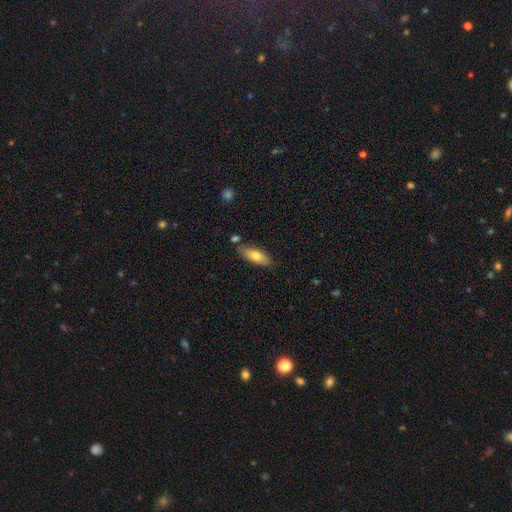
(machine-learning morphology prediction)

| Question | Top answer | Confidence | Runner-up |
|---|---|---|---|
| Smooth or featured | smooth | 73% | featured or disk (21%) |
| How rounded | in between | 71% | cigar-shaped (27%) |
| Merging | none | 74% | minor disturbance (16%) |